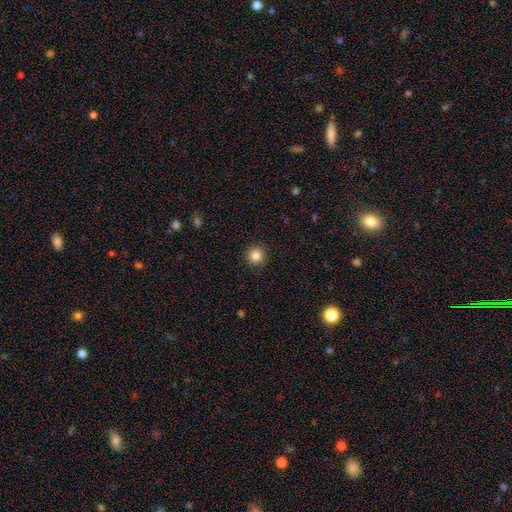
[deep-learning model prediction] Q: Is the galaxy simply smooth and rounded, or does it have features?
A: smooth — 85%.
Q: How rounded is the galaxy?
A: round — 95%.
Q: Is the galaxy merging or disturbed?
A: none — 92%.